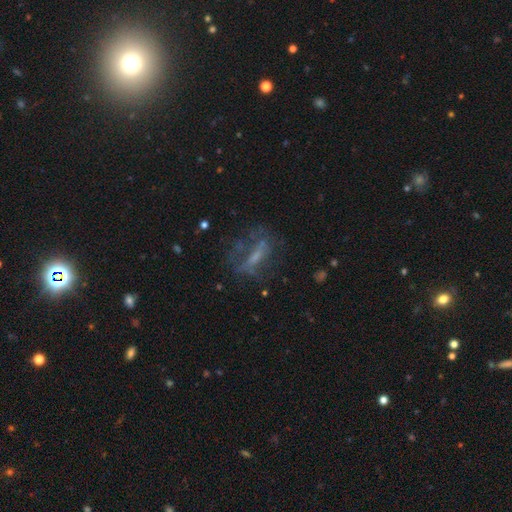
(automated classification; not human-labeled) smooth_or_featured: featured or disk (p=0.52) [alt: smooth p=0.31]
disk_edge_on: no (p=0.82) [alt: yes p=0.18]
merging: none (p=0.51) [alt: major disturbance p=0.27]